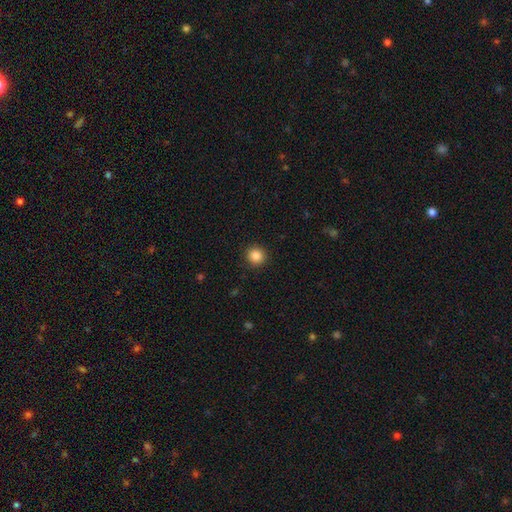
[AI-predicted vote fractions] Smooth or featured: smooth — 86% (star or artifact — 11%)
How rounded: round — 93% (in between — 6%)
Merging: none — 92% (minor disturbance — 5%)